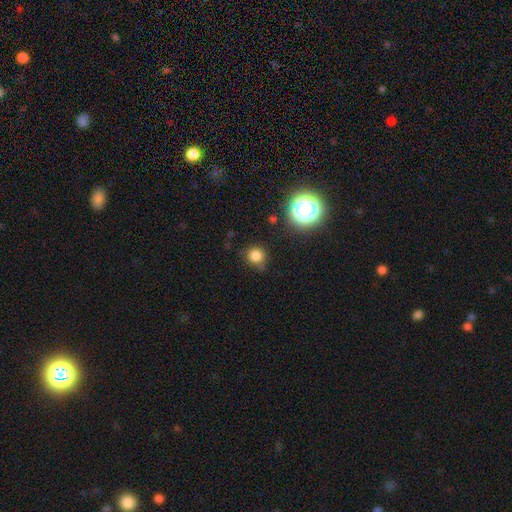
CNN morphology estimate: A smooth galaxy with no disk features (78%) that is round (88%). Merging: none (74%).